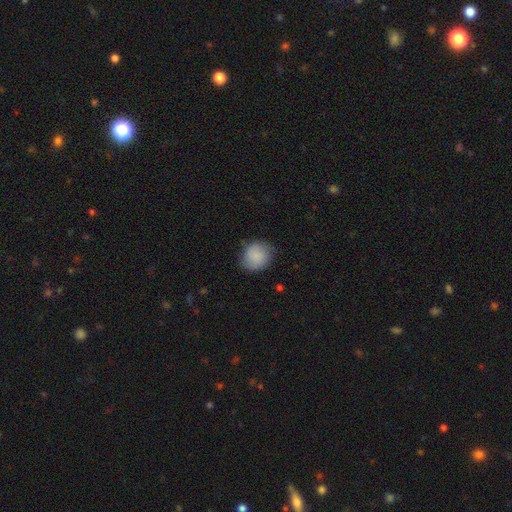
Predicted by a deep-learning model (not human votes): smooth_or_featured: smooth (p=0.85) [alt: featured or disk p=0.08]
how_rounded: round (p=0.76) [alt: in between p=0.23]
merging: none (p=0.75) [alt: minor disturbance p=0.19]